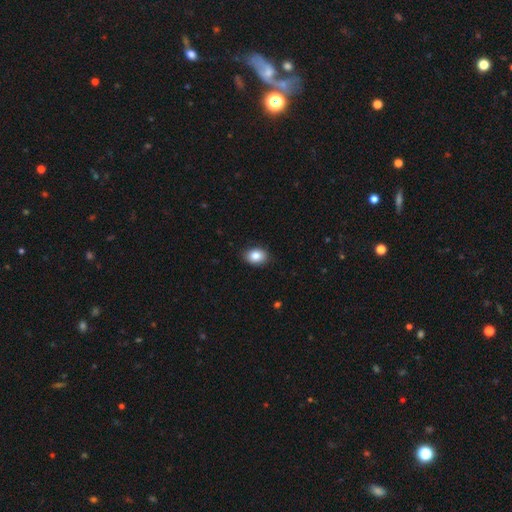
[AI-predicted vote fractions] The model was most divided on "how rounded": in between: 67%, round: 32%, cigar-shaped: 1%. More confident: merging — none (87%); smooth or featured — smooth (86%).